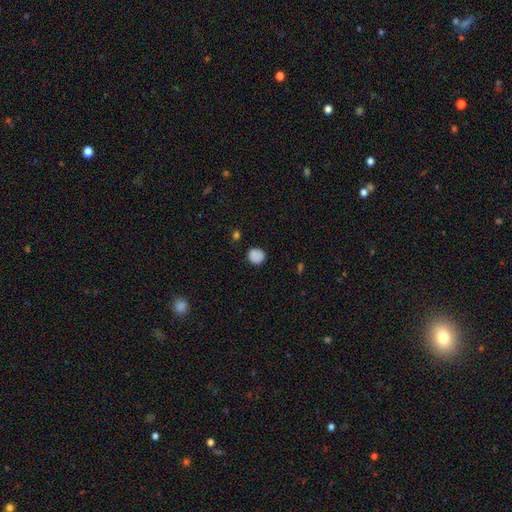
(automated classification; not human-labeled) Morphology: type=smooth (84%); roundness=round (87%); merging=none (80%).